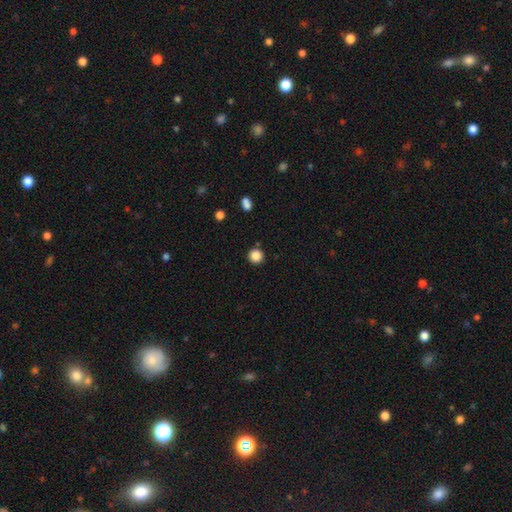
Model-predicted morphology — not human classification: This appears to be a smooth galaxy with no disk features (86%) that is round (95%). Merging: none (89%).